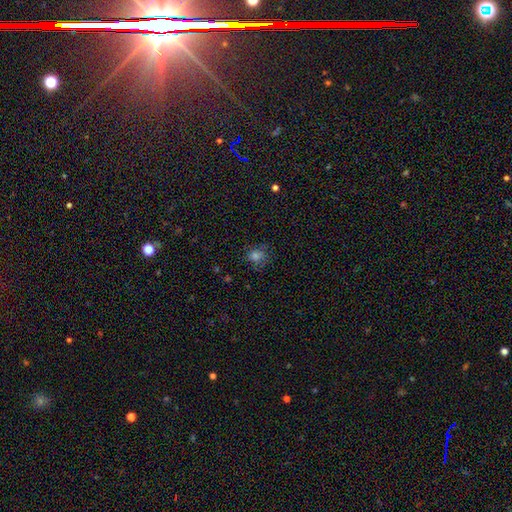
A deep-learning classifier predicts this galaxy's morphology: Overall: smooth (64%; star or artifact 25%). How rounded: round (78%). Merging: none (72%).